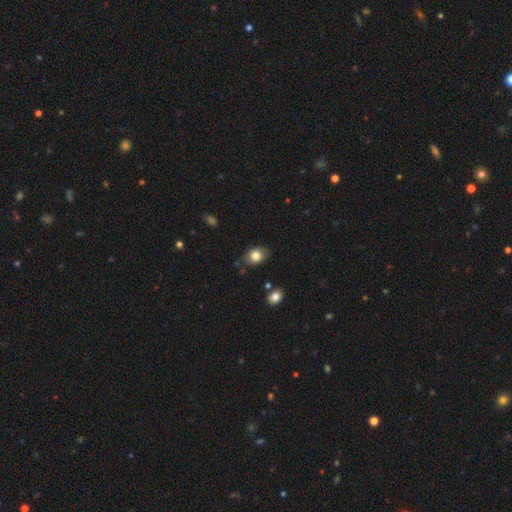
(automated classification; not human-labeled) smooth 80%, featured or disk 11%, star or artifact 8%. Down the decision tree: how rounded — in between (73%); merging — none (74%).